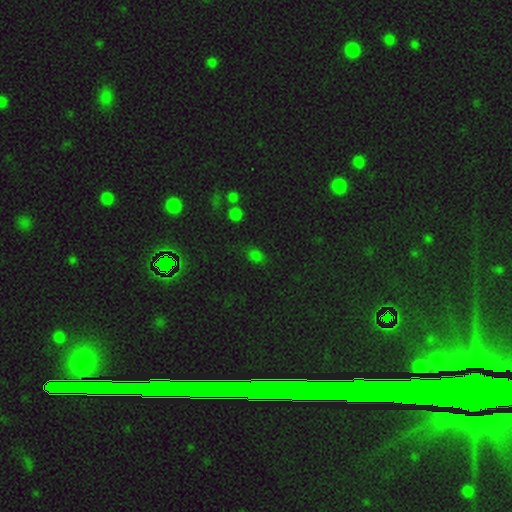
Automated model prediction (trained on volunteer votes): smooth-or-featured: smooth: 63% | star or artifact: 31% | featured or disk: 5%
  how-rounded: in between: 69% | round: 29% | cigar-shaped: 2%
  merging: none: 75% | minor disturbance: 16% | major disturbance: 5% | merger: 4%